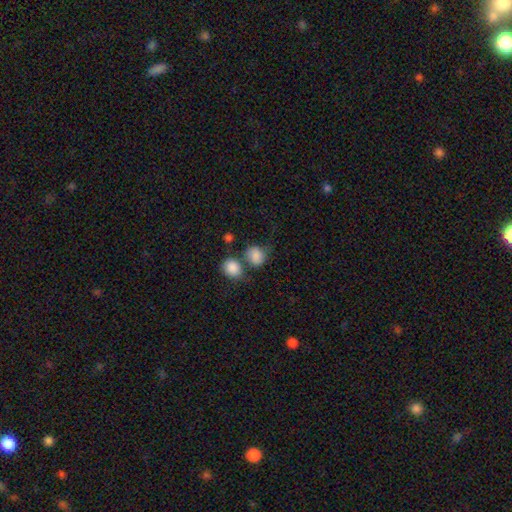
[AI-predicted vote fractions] Overall: smooth (85%). How rounded: round (66%; in between 33%). Merging: none (47%; merger 30%).